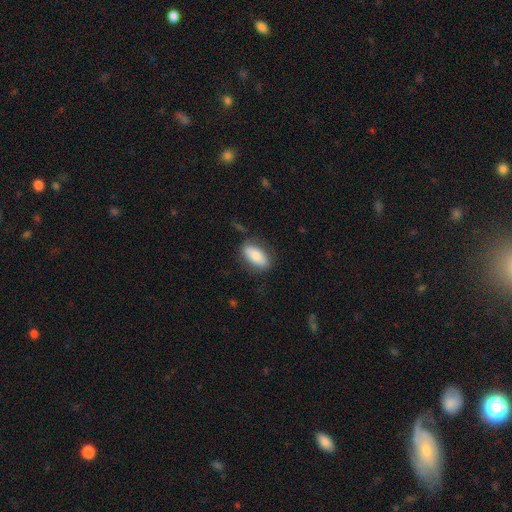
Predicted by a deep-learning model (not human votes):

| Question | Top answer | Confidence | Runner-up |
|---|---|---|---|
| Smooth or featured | smooth | 77% | featured or disk (17%) |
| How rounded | in between | 86% | cigar-shaped (10%) |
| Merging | none | 75% | minor disturbance (17%) |